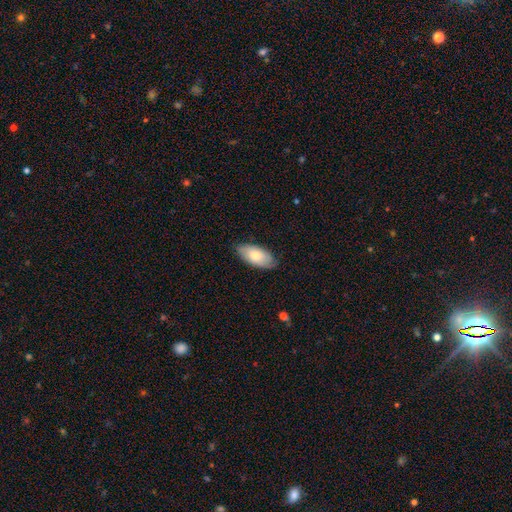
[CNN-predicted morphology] A smooth galaxy with no disk features (69%) that is in between round and cigar-shaped (93%). Merging: none (79%).